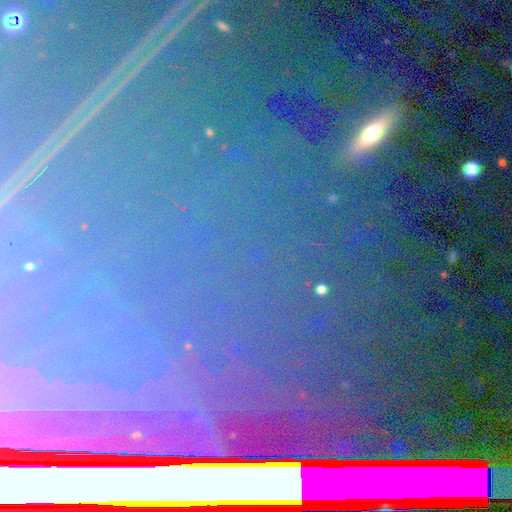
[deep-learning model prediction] Smooth or featured?
  - star or artifact: 64% *
  - smooth: 23%
  - featured or disk: 13%